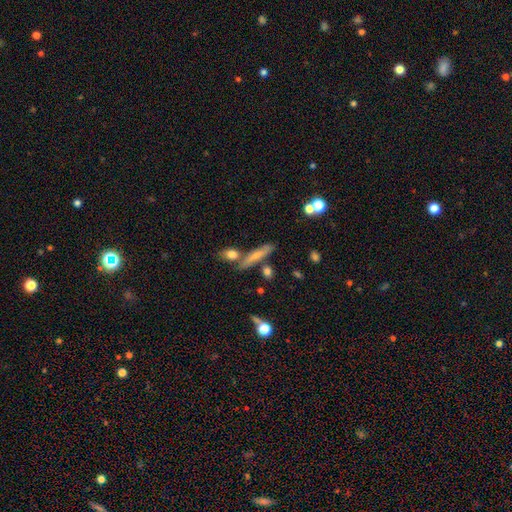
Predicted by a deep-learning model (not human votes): Q: Smooth or featured?
A: featured or disk (44%); tied with: smooth (44%)
Q: Merging?
A: none (70%); runner-up: merger (13%)